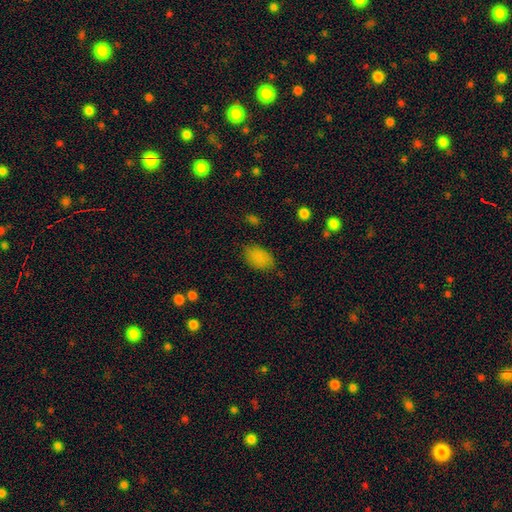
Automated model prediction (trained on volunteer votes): smooth-or-featured: smooth: 84% | star or artifact: 10% | featured or disk: 6%
  how-rounded: in between: 92% | round: 7% | cigar-shaped: 1%
  merging: none: 76% | minor disturbance: 18% | major disturbance: 4% | merger: 2%